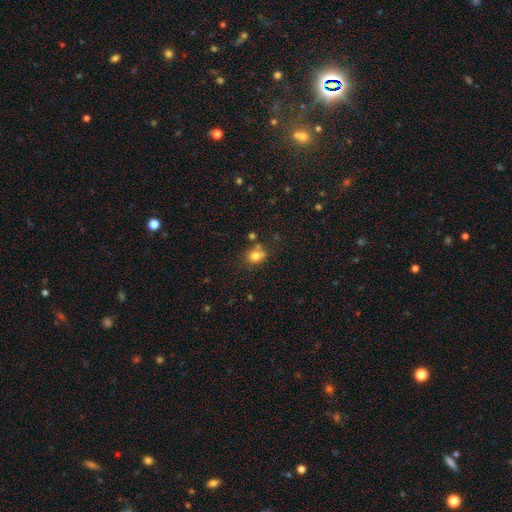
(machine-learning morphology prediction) This is likely a smooth galaxy (77%). How rounded: likely round (65%). Merging: possibly none (56%).